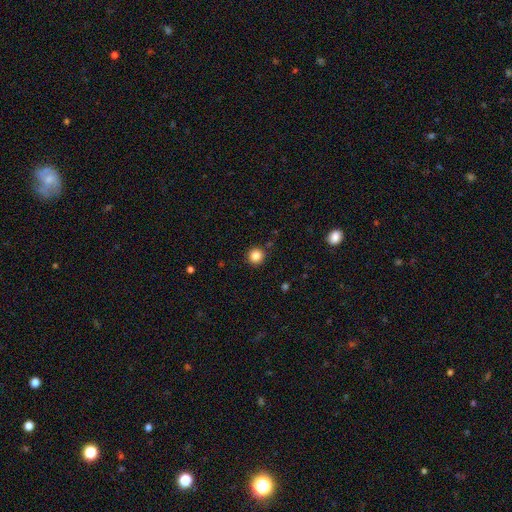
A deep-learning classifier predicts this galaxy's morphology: Smooth or featured? smooth (85%)
How rounded? round (94%)
Merging? none (90%)